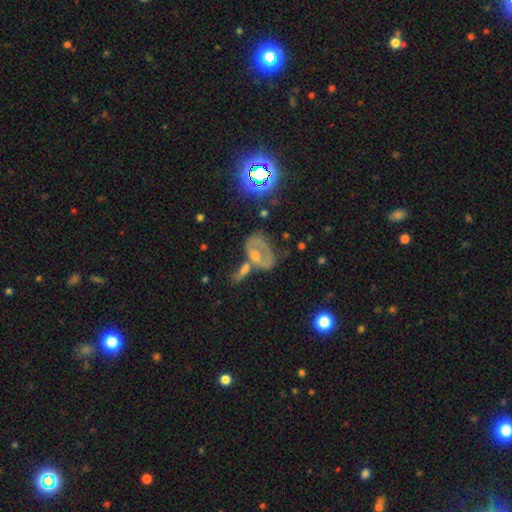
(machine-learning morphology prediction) Overall: featured or disk (56%; smooth 28%). Edge-on disk: no (92%). Bar: no (62%; weak 25%). Spiral arms: no (60%; yes 40%). Bulge size: moderate (60%; small 27%). Merging: merger (36%; none 34%).